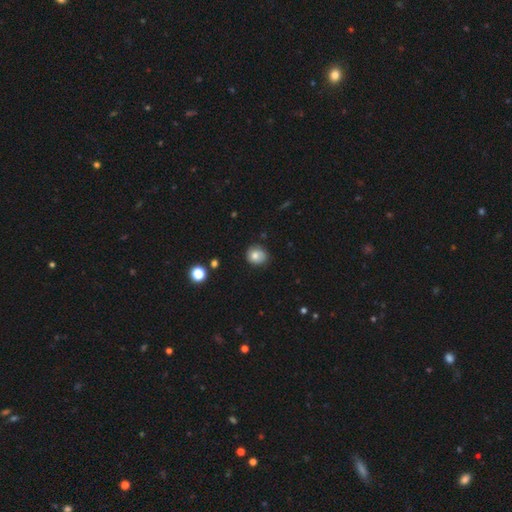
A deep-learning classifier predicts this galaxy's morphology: The model was most divided on "how rounded": round: 74%, in between: 25%, cigar-shaped: 1%. More confident: merging — none (74%); smooth or featured — smooth (73%).